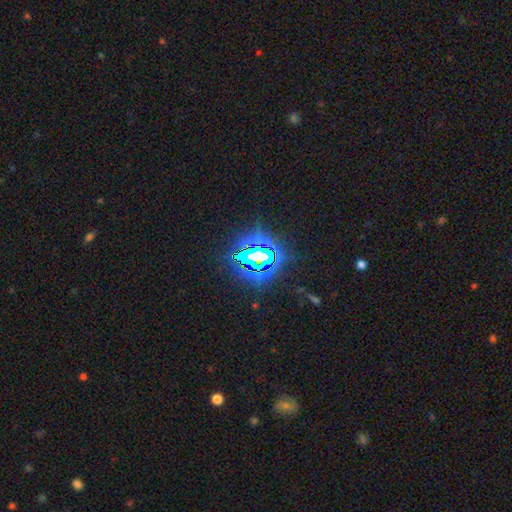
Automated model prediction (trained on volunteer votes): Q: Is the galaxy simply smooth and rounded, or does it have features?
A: star or artifact — 77%.